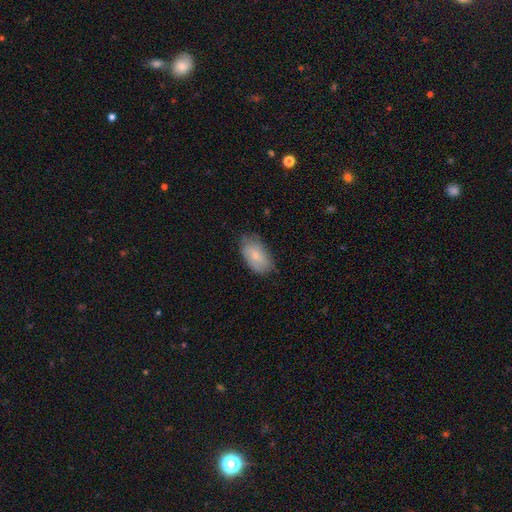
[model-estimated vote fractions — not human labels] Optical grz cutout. It shows a smooth galaxy with no disk features (73%) that is in between round and cigar-shaped (93%). Merging: none (70%).